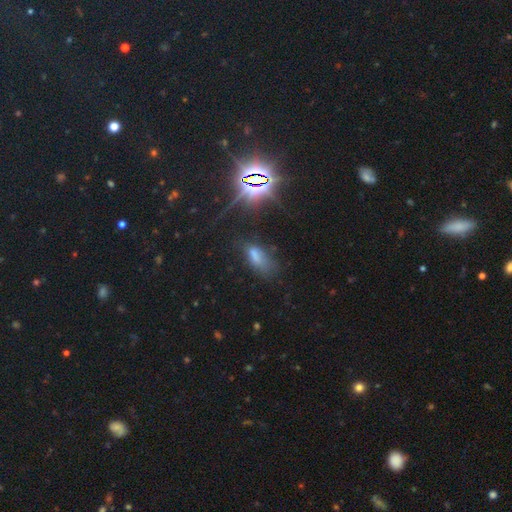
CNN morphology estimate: The model was most divided on "merging": none: 43%, minor disturbance: 28%, major disturbance: 23%, merger: 6%. More confident: how rounded — in between (78%); smooth or featured — smooth (59%).